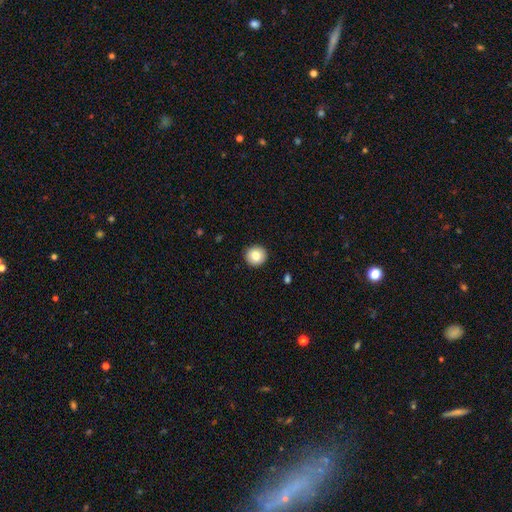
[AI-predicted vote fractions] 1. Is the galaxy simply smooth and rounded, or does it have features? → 84% smooth, 8% featured or disk, 8% star or artifact.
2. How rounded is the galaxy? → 94% round, 5% in between, 1% cigar-shaped.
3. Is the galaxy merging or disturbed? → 93% none, 5% minor disturbance, 1% major disturbance, 1% merger.